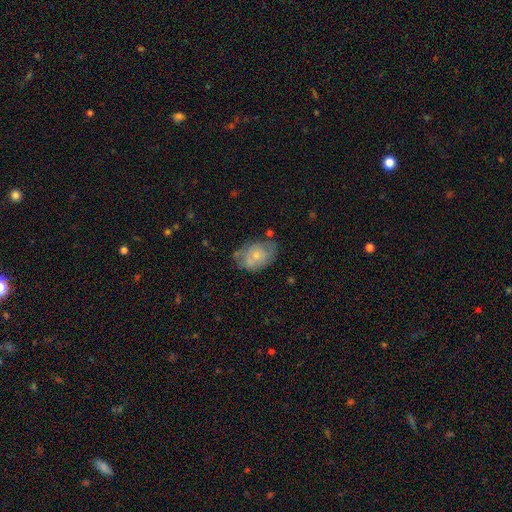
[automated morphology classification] Smooth or featured? smooth (59%)
How rounded? in between (78%)
Merging? none (53%)